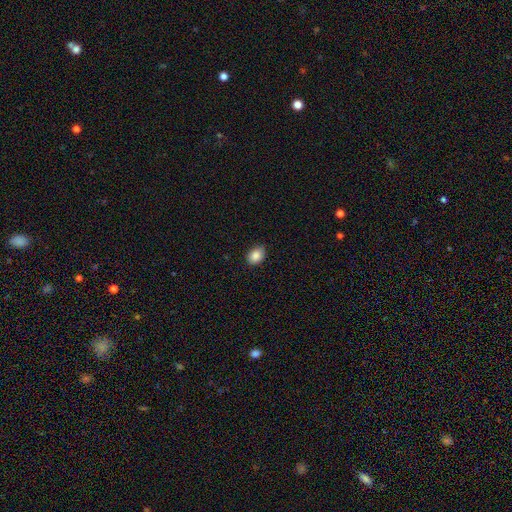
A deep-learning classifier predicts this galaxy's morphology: A smooth galaxy with no disk features (87%) that is in between round and cigar-shaped (71%). Merging: none (83%).